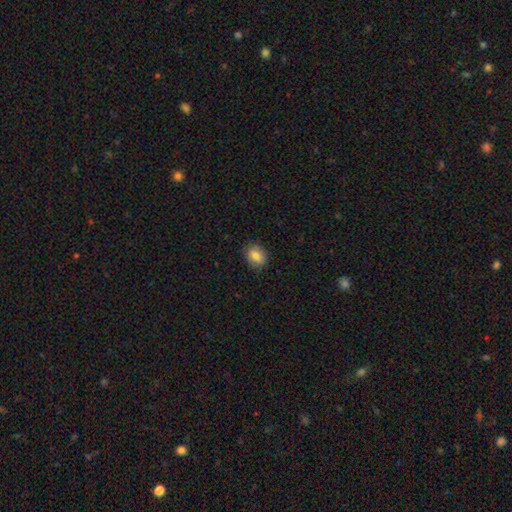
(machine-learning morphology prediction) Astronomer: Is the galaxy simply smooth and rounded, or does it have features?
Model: smooth — 82%.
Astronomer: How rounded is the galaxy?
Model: in between — 54% (runner-up: round, 45%).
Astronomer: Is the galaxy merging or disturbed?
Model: none — 85%.